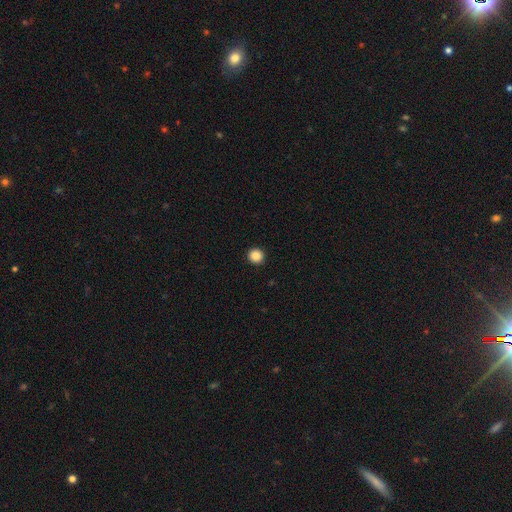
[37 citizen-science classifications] This is clearly a smooth galaxy (92%). How rounded: clearly round (97%). Merging: clearly none (97%).